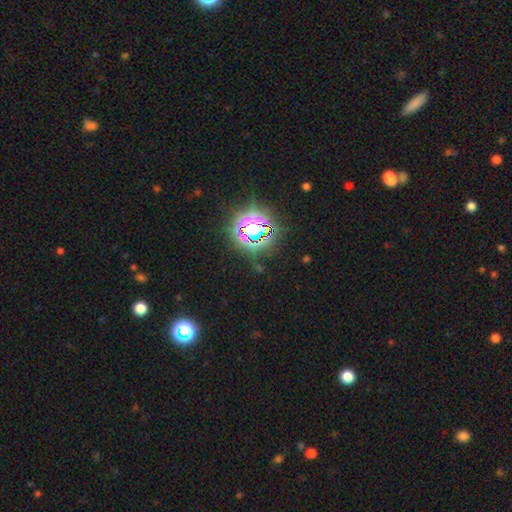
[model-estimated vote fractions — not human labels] Smooth or featured: star or artifact — 82% (smooth — 12%)